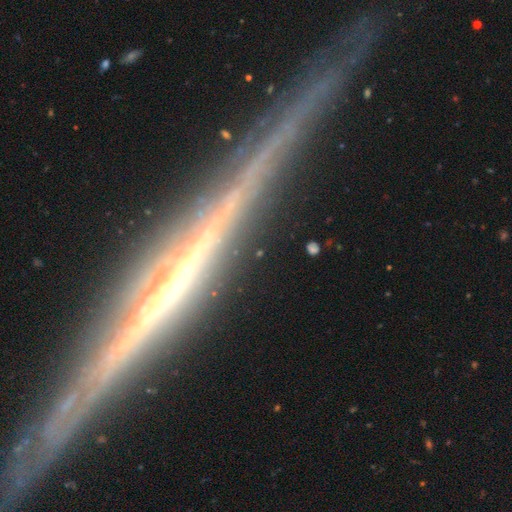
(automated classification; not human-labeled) The model was most divided on "edge-on bulge": none: 51%, rounded: 34%, boxy: 15%. More confident: edge-on disk — yes (97%); smooth or featured — featured or disk (87%); merging — none (82%).